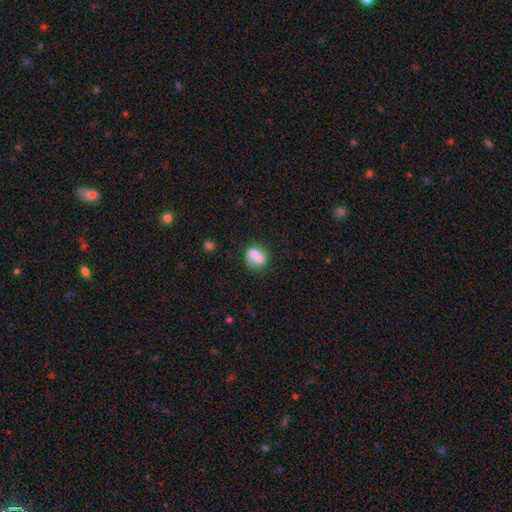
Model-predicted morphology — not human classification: The model was most divided on "how rounded" (2-way tie): in between: 48%, round: 48%, cigar-shaped: 4%. More confident: smooth or featured — smooth (70%); merging — none (51%).